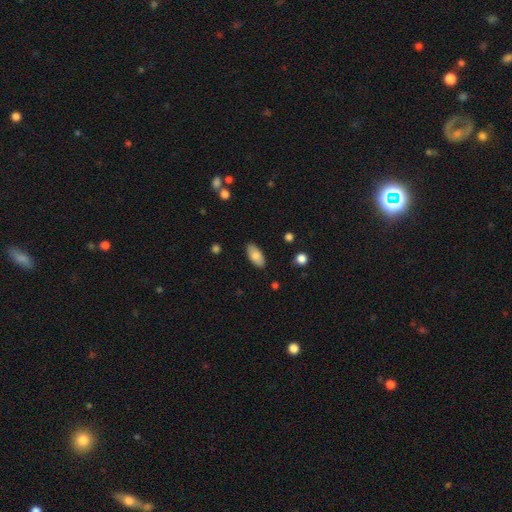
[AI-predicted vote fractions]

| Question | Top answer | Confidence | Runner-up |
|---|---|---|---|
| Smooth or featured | smooth | 80% | featured or disk (13%) |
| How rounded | in between | 92% | cigar-shaped (5%) |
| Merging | none | 87% | minor disturbance (10%) |